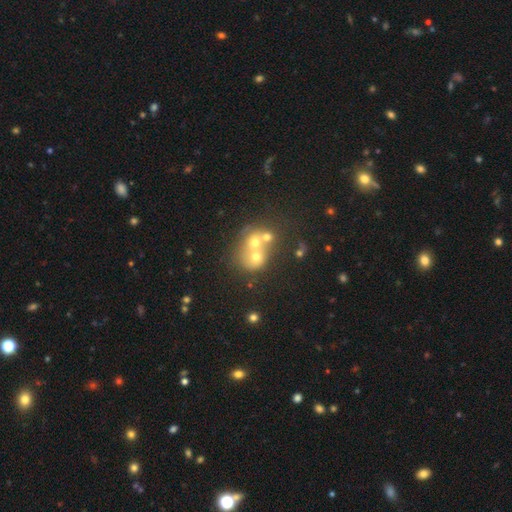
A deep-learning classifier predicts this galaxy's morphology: Q: Smooth or featured?
A: smooth (50%); runner-up: featured or disk (30%)
Q: Merging?
A: merger (61%); runner-up: none (28%)